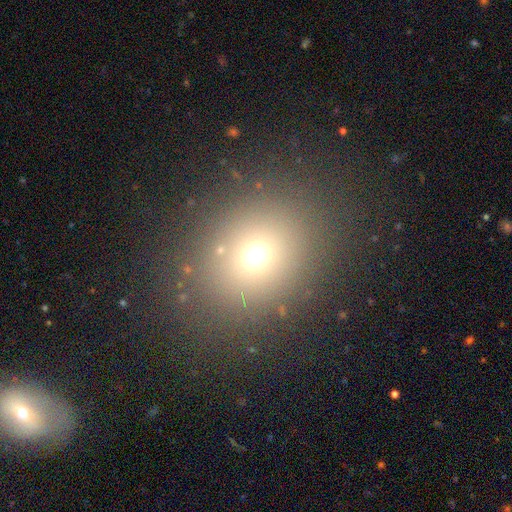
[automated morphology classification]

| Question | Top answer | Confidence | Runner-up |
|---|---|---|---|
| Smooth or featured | smooth | 67% | star or artifact (22%) |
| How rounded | round | 66% | in between (33%) |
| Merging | none | 86% | minor disturbance (8%) |